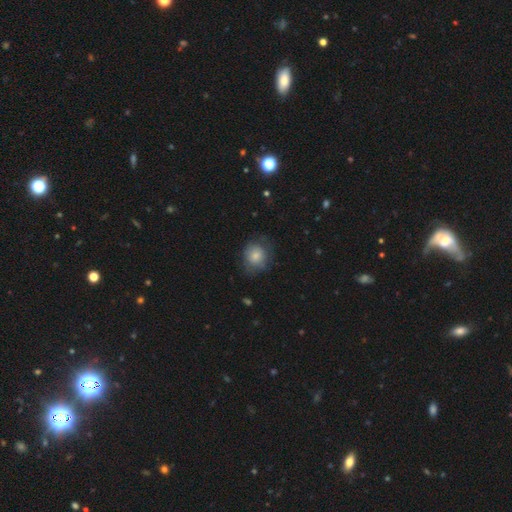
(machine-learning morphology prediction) This appears to be a smooth galaxy with no disk features (78%) that is round (72%). Merging: none (64%).